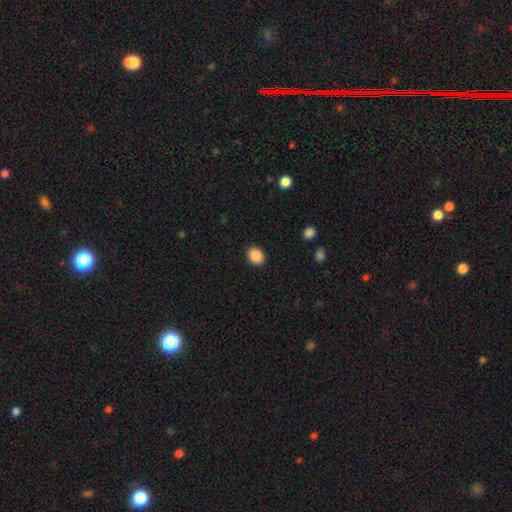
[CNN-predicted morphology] Smooth or featured? Predicted: smooth (p=0.89). How rounded? Predicted: round (p=0.54). Merging? Predicted: none (p=0.90).